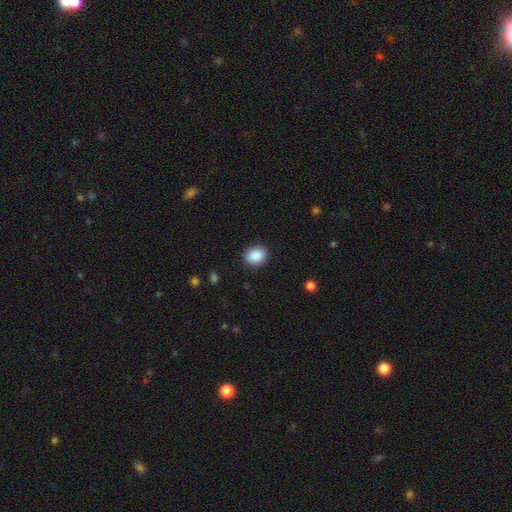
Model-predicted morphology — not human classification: smooth-or-featured: smooth: 89% | star or artifact: 8% | featured or disk: 4%
  how-rounded: round: 51% | in between: 49% | cigar-shaped: 1%
  merging: none: 89% | minor disturbance: 8% | major disturbance: 2% | merger: 1%